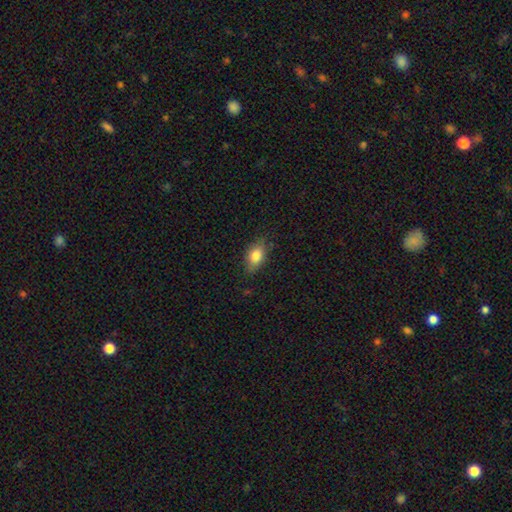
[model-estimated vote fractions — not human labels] Smooth or featured: smooth — 79% (featured or disk — 12%)
How rounded: in between — 84% (round — 11%)
Merging: none — 77% (minor disturbance — 19%)